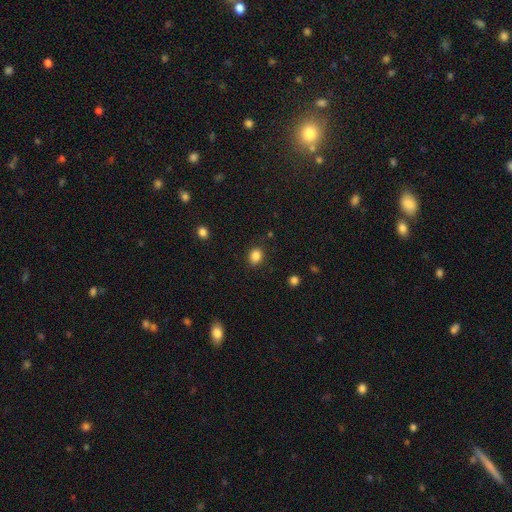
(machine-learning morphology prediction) smooth 86%, star or artifact 10%, featured or disk 4%. Down the decision tree: how rounded — in between (52%); merging — none (85%).